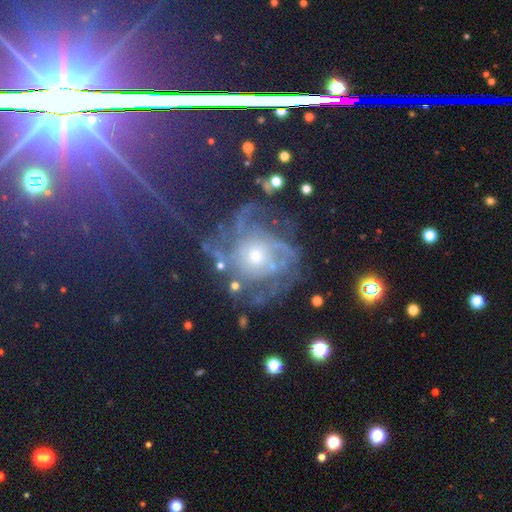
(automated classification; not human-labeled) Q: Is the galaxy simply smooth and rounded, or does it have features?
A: featured or disk — 73%.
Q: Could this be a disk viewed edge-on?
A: no — 97%.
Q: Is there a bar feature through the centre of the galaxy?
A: no — 82%.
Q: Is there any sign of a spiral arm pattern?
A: yes — 85%.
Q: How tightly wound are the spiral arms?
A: medium — 39%, tied with tight.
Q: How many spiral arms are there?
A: can't tell — 37%.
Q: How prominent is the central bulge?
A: moderate — 48%.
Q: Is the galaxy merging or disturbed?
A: none — 50%.